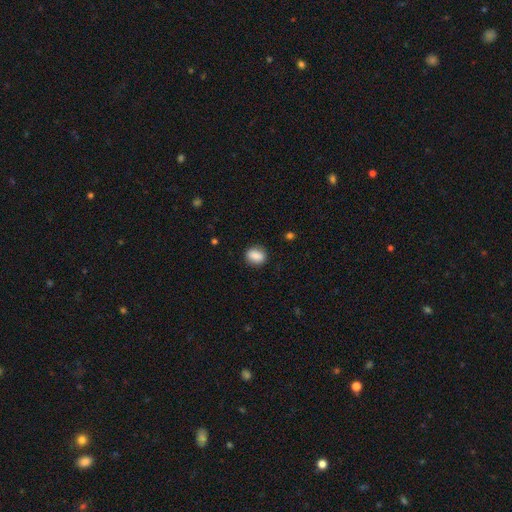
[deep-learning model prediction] Morphology: type=smooth (86%); roundness=in between (55%); merging=none (85%).